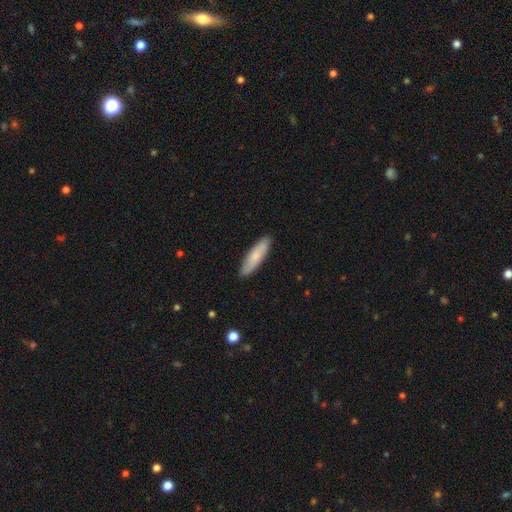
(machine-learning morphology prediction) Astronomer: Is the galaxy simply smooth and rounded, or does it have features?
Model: smooth — 77%.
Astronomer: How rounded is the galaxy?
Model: cigar-shaped — 68%.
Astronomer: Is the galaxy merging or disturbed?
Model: none — 88%.